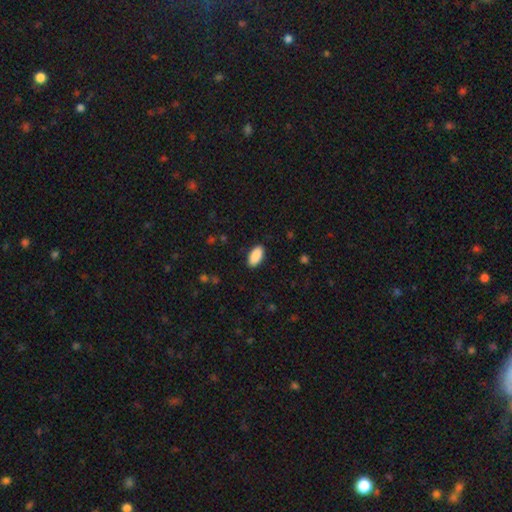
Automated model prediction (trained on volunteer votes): smooth-or-featured: smooth: 91% | star or artifact: 6% | featured or disk: 3%
  how-rounded: in between: 94% | cigar-shaped: 4% | round: 2%
  merging: none: 89% | minor disturbance: 8% | major disturbance: 2% | merger: 1%